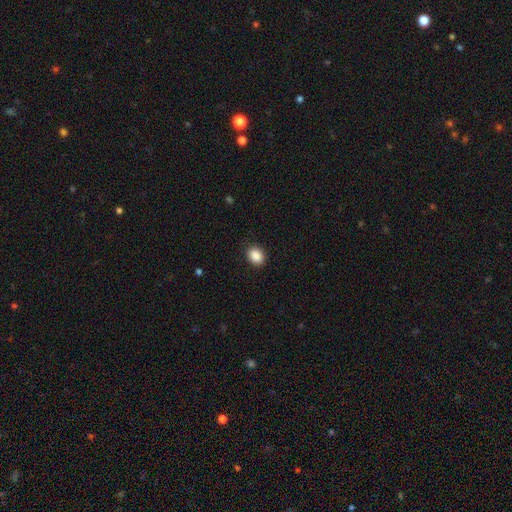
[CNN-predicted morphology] Q: Smooth or featured?
A: smooth (89%); runner-up: star or artifact (8%)
Q: How rounded?
A: in between (53%); runner-up: round (46%)
Q: Merging?
A: none (89%); runner-up: minor disturbance (8%)